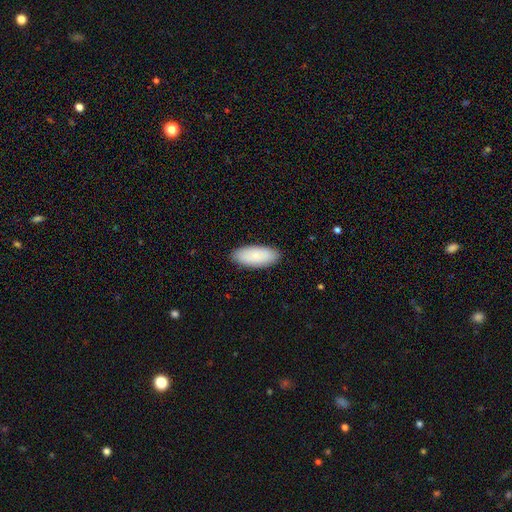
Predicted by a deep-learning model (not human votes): This appears to be a smooth galaxy with no disk features (86%) that is in between round and cigar-shaped (87%). Merging: none (90%).